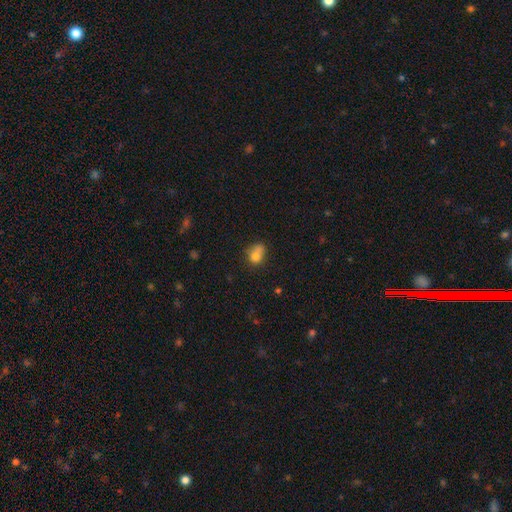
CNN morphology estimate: Smooth or featured?
  - smooth: 74% *
  - featured or disk: 14%
  - star or artifact: 12%
How rounded?
  - round: 50% *
  - in between: 48%
  - cigar-shaped: 2%
Merging?
  - none: 35% *
  - merger: 32%
  - minor disturbance: 22%
  - major disturbance: 12%